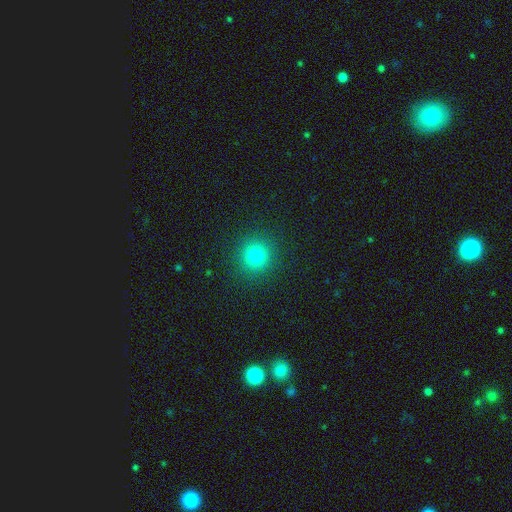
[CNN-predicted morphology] smooth_or_featured: smooth (p=0.80) [alt: star or artifact p=0.14]
how_rounded: round (p=0.93) [alt: in between p=0.06]
merging: none (p=0.90) [alt: minor disturbance p=0.06]